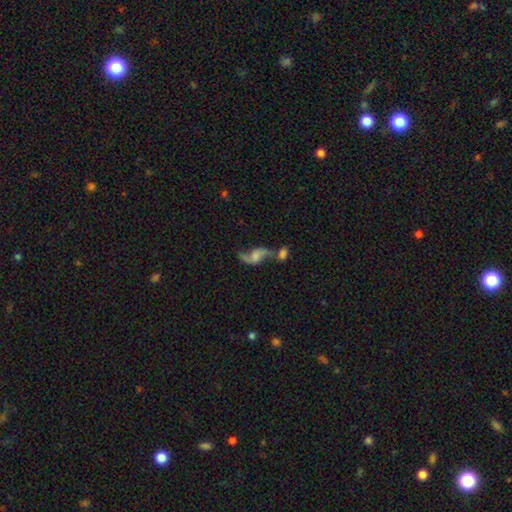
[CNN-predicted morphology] Smooth or featured? featured or disk (71%)
Edge-on disk? no (94%)
Bar? no (55%)
Spiral arms? yes (88%)
Spiral winding? loose (88%)
Spiral arm count? 2 (89%)
Bulge size? none (42%)
Merging? merger (42%)